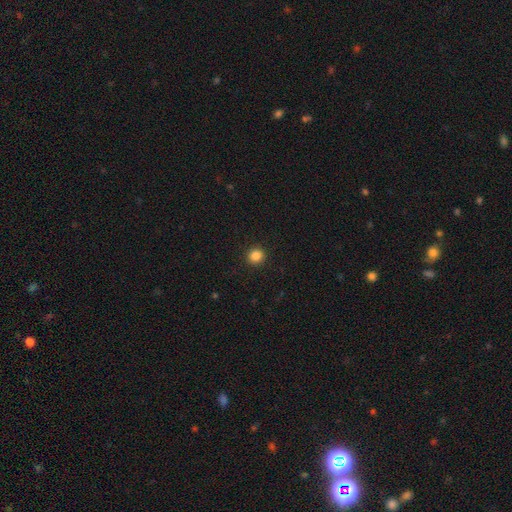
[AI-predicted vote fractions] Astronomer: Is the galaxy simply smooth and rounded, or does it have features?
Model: smooth — 86%.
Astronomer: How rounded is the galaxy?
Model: round — 92%.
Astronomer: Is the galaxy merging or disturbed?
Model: none — 92%.